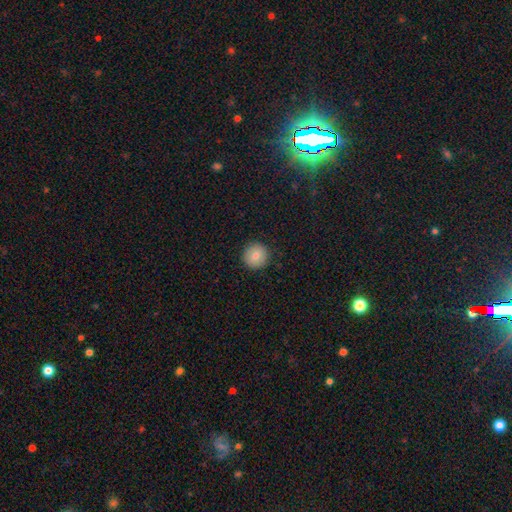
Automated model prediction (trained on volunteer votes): Overall: smooth (81%). How rounded: round (94%). Merging: none (92%).